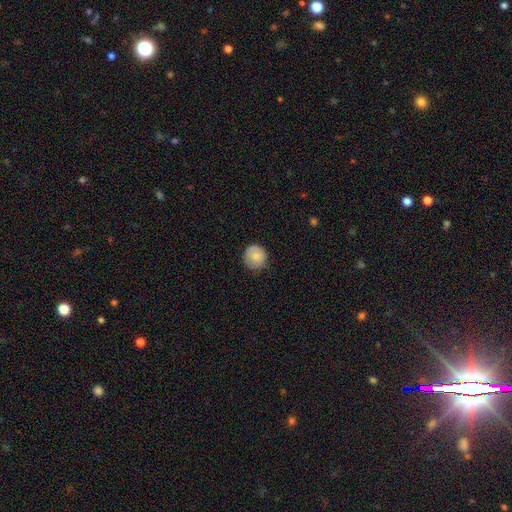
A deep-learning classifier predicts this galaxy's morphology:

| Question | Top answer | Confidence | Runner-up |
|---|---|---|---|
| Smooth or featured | smooth | 80% | featured or disk (12%) |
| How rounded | round | 91% | in between (8%) |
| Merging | none | 78% | minor disturbance (17%) |